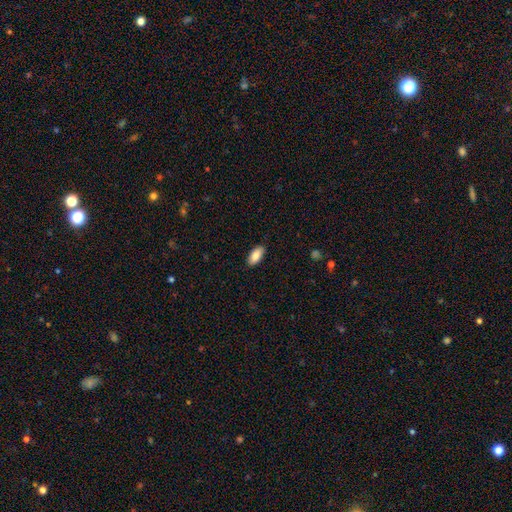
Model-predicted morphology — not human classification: Overall: smooth (86%). How rounded: in between (91%). Merging: none (89%).